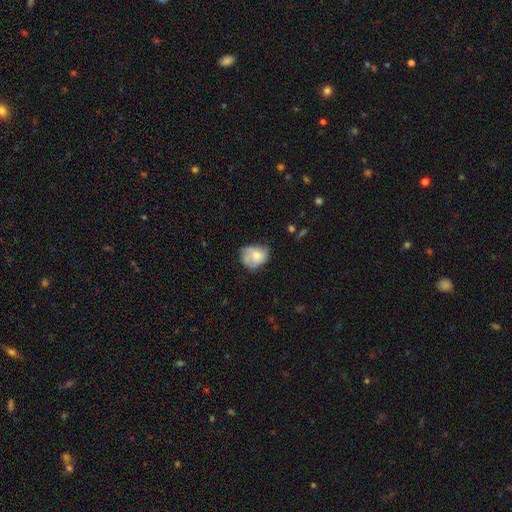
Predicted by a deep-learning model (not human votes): Smooth or featured? Predicted: smooth (p=0.63). How rounded? Predicted: round (p=0.54). Merging? Predicted: none (p=0.45).